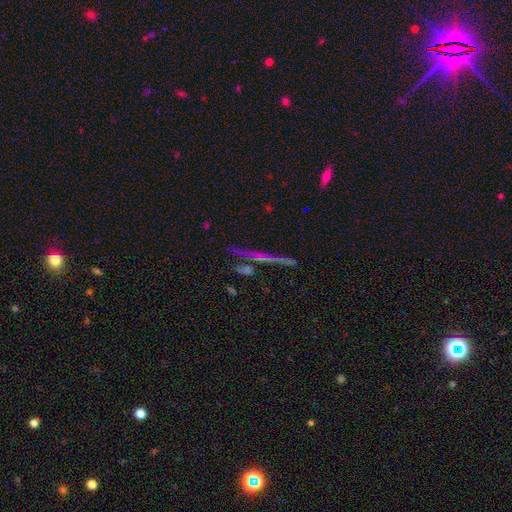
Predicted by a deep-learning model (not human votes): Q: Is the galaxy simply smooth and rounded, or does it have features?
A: featured or disk — 58%.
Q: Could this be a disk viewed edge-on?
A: yes — 94%.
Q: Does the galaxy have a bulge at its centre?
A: none — 67%.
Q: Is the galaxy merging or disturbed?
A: none — 80%.